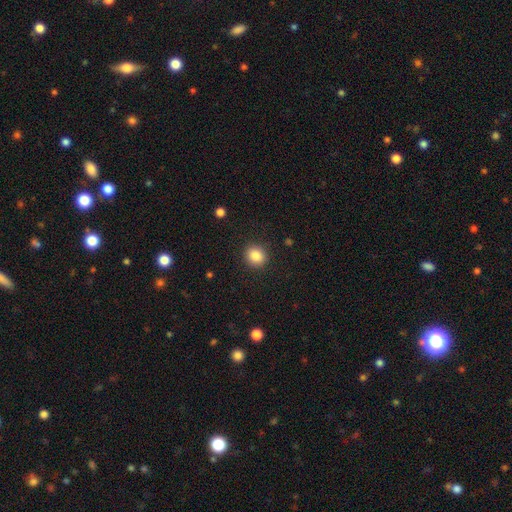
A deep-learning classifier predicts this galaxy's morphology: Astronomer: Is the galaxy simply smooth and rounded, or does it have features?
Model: smooth — 86%.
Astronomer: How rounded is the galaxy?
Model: round — 81%.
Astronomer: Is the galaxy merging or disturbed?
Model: none — 90%.